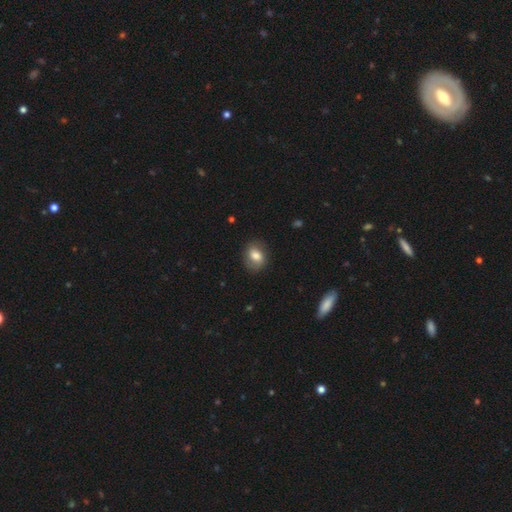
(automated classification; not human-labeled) This appears to be a smooth galaxy with no disk features (69%) that is in between round and cigar-shaped (58%). Merging: none (79%).